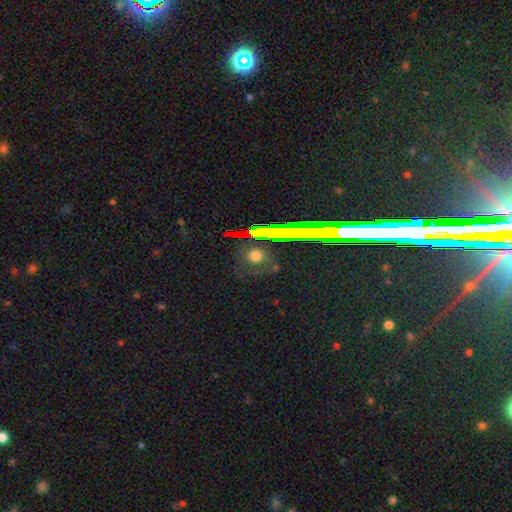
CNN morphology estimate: Smooth or featured?
  - smooth: 55% *
  - star or artifact: 30%
  - featured or disk: 15%
How rounded?
  - round: 80% *
  - in between: 17%
  - cigar-shaped: 3%
Merging?
  - none: 78% *
  - minor disturbance: 13%
  - major disturbance: 6%
  - merger: 3%